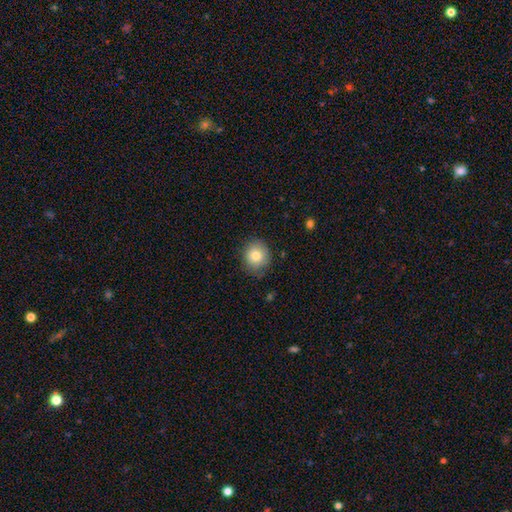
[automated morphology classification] The model was most divided on "how rounded": round: 81%, in between: 19%, cigar-shaped: 1%. More confident: merging — none (82%); smooth or featured — smooth (81%).